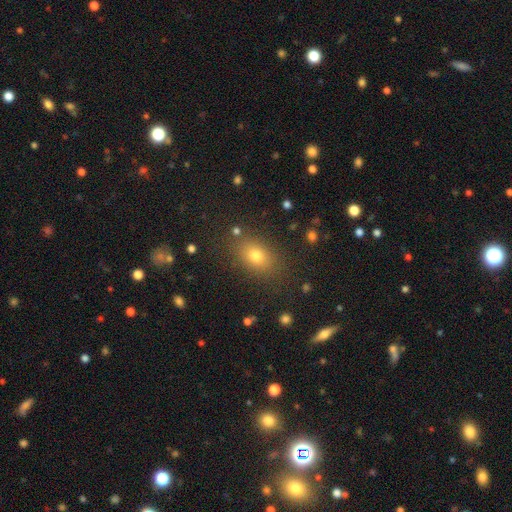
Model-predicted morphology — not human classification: smooth 74%, star or artifact 15%, featured or disk 10%. Down the decision tree: how rounded — in between (68%); merging — none (83%).